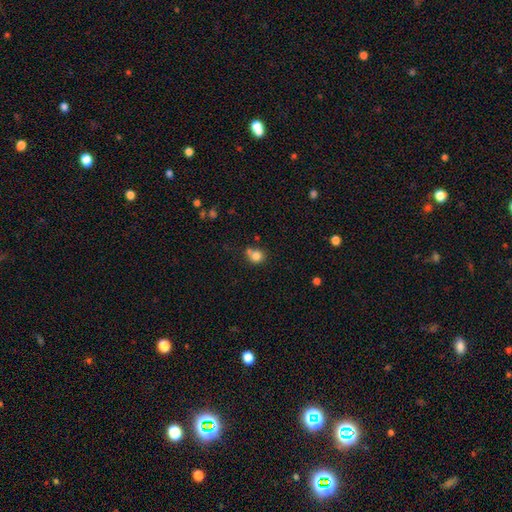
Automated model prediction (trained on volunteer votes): smooth 80%, star or artifact 11%, featured or disk 9%. Down the decision tree: how rounded — round (79%); merging — none (52%).